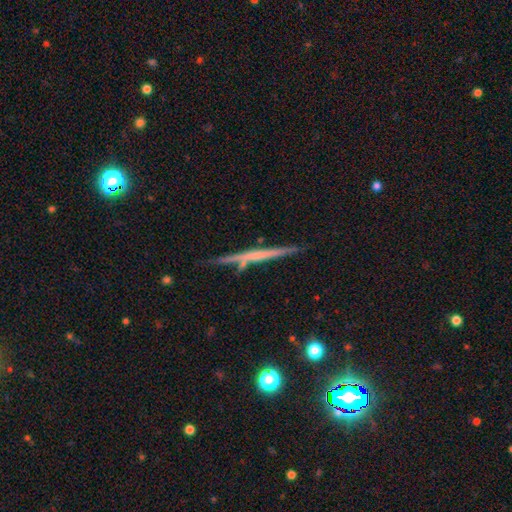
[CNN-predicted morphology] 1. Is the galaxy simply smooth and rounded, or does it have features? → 61% featured or disk, 31% smooth, 7% star or artifact.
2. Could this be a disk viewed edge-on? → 97% yes, 3% no.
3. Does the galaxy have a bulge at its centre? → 78% none, 15% rounded, 7% boxy.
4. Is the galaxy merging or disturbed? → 81% none, 12% minor disturbance, 5% merger, 3% major disturbance.